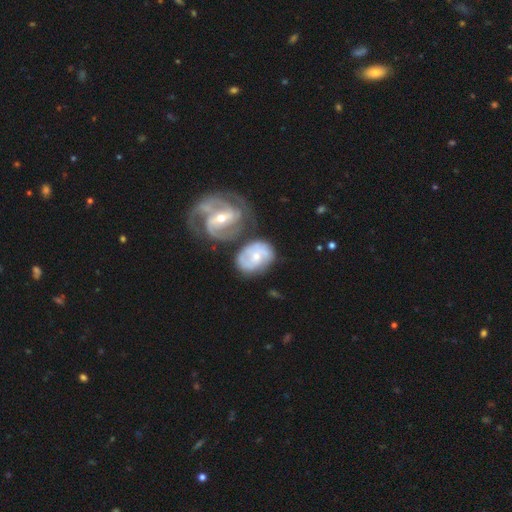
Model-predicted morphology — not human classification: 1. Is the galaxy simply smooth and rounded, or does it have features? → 75% featured or disk, 19% smooth, 5% star or artifact.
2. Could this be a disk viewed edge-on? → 97% no, 3% yes.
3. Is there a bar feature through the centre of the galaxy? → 53% no, 36% weak, 11% strong.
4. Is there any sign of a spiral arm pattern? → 89% yes, 11% no.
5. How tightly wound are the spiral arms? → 44% medium, 39% tight, 17% loose.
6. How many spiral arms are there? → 55% 2, 19% can't tell, 16% 3, 4% 1, 3% 4, 3% more than 4.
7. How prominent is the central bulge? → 49% moderate, 47% small, 2% large, 2% none, 1% dominant.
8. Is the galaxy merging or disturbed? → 44% none, 29% merger, 18% minor disturbance, 9% major disturbance.